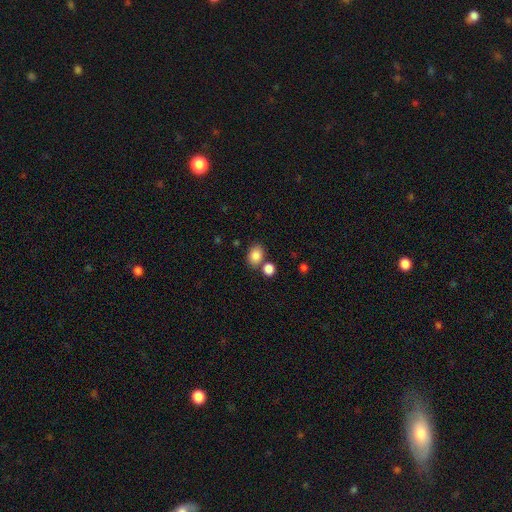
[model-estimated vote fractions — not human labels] smooth_or_featured: smooth (p=0.86) [alt: star or artifact p=0.09]
how_rounded: in between (p=0.60) [alt: round p=0.39]
merging: none (p=0.66) [alt: merger p=0.19]